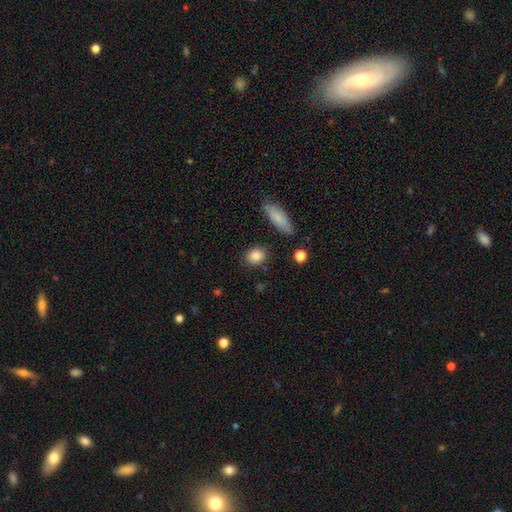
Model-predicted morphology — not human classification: A smooth galaxy with no disk features (87%) that is round (53%).

Vote fractions:
- Smooth or featured? smooth: 87% / star or artifact: 8% / featured or disk: 5%
- How rounded? round: 53% / in between: 44% / cigar-shaped: 3%
- Merging? none: 85% / minor disturbance: 9% / major disturbance: 3% / merger: 3%